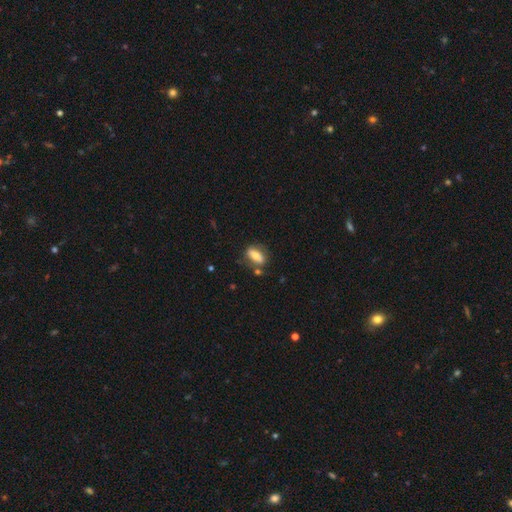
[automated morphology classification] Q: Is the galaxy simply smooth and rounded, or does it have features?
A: smooth — 70%.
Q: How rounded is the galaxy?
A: in between — 77%.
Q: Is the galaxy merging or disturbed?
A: none — 69%.